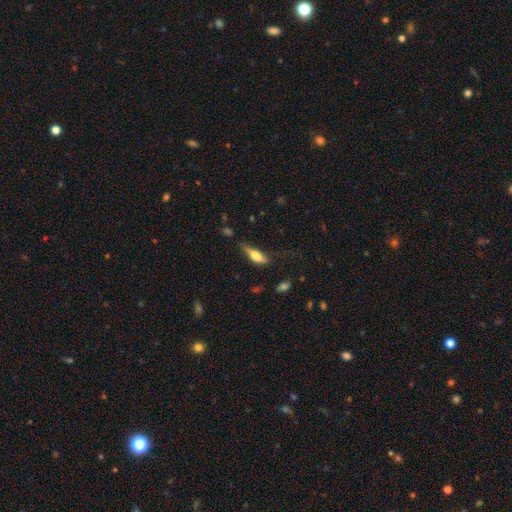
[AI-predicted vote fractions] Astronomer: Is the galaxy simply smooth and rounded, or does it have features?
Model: smooth — 68%.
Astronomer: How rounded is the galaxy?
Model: in between — 56% (runner-up: cigar-shaped, 42%).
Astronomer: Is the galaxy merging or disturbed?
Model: none — 51% (runner-up: minor disturbance, 32%).